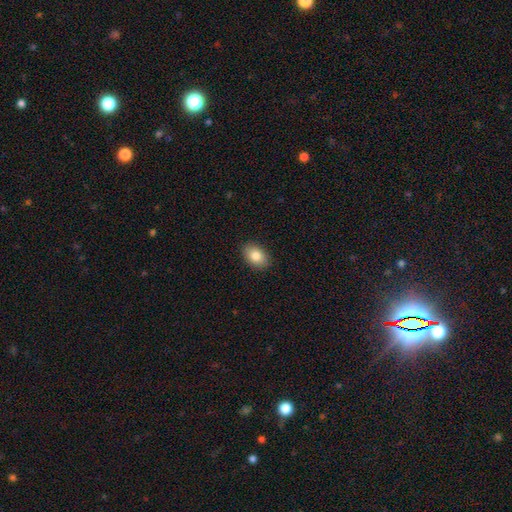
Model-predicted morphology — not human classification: A smooth galaxy with no disk features (85%) that is in between round and cigar-shaped (84%). Merging: none (89%).